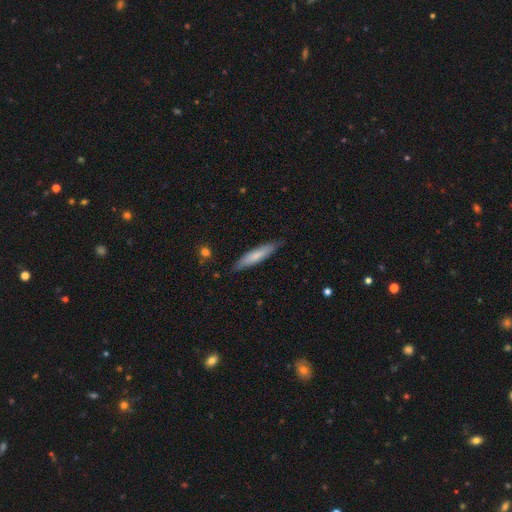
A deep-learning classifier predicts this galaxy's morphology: Smooth or featured?
  - smooth: 70% *
  - featured or disk: 25%
  - star or artifact: 5%
How rounded?
  - cigar-shaped: 86% *
  - in between: 13%
  - round: 1%
Merging?
  - none: 83% *
  - minor disturbance: 14%
  - major disturbance: 2%
  - merger: 1%